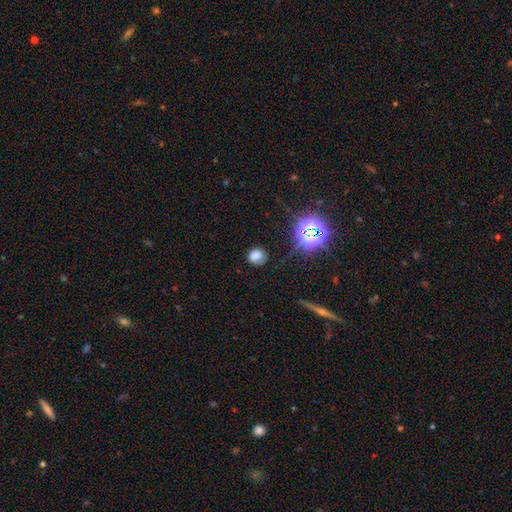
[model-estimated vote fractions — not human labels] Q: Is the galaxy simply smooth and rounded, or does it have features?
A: smooth — 69%.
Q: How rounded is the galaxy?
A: round — 70%.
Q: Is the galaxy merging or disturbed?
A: none — 72%.